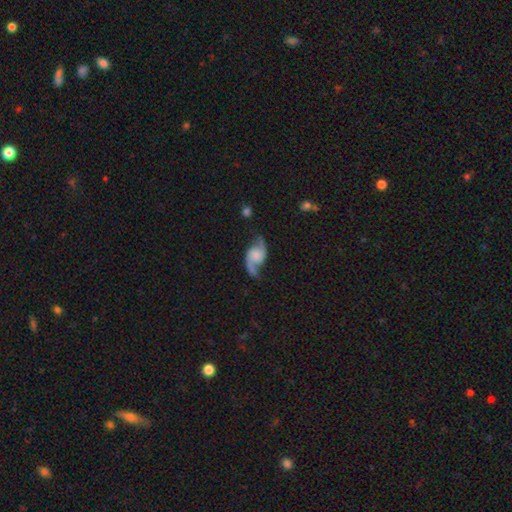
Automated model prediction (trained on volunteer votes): Overall: featured or disk (84%). Edge-on disk: no (97%). Bar: no (62%; weak 31%). Spiral arms: yes (96%). Spiral arm count: 2 (92%). Spiral winding: loose (65%; medium 28%). Bulge size: none (40%; small 23%). Merging: none (67%).